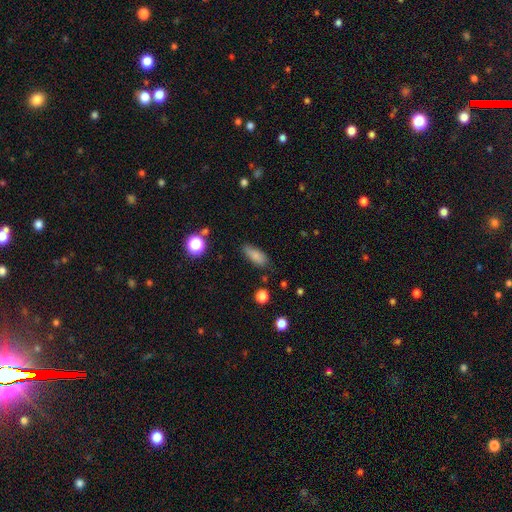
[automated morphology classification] This appears to be a smooth galaxy with no disk features (81%) that is in between round and cigar-shaped (73%). Merging: none (73%).